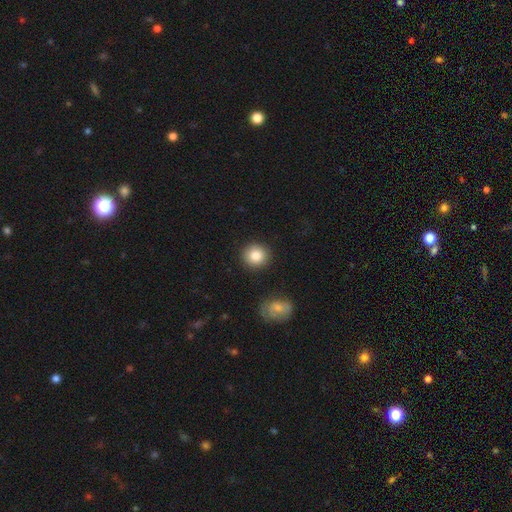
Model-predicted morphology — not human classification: The model was most divided on "smooth or featured": smooth: 84%, star or artifact: 9%, featured or disk: 7%. More confident: how rounded — round (90%); merging — none (89%).